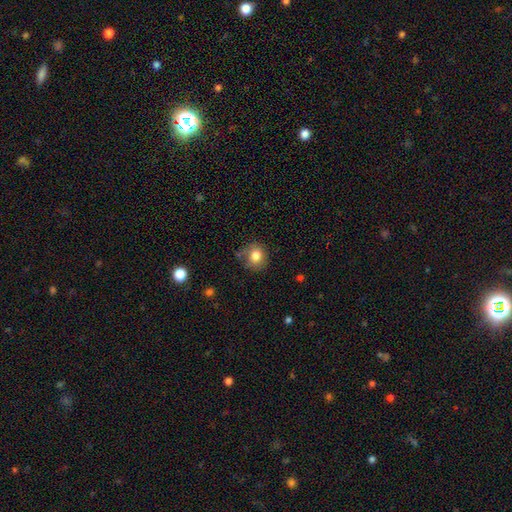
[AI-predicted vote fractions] This is clearly a smooth galaxy (81%). How rounded: clearly round (80%). Merging: likely none (72%).